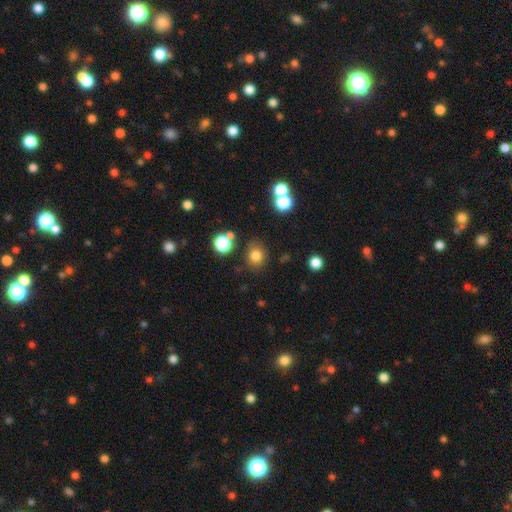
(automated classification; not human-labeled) This is likely a smooth galaxy (80%). How rounded: likely round (76%). Merging: likely none (77%).